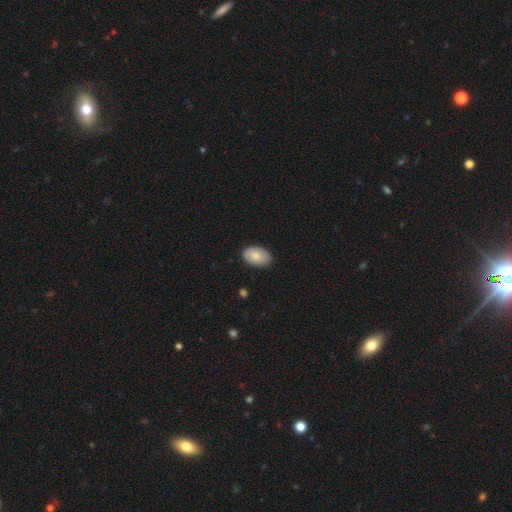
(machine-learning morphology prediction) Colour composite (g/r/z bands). It shows a smooth galaxy with no disk features (84%) that is in between round and cigar-shaped (91%). Merging: none (86%).